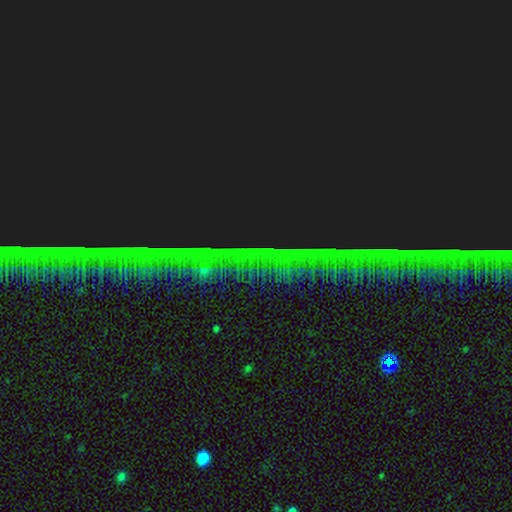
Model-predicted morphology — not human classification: smooth-or-featured: star or artifact: 87% | featured or disk: 7% | smooth: 6%